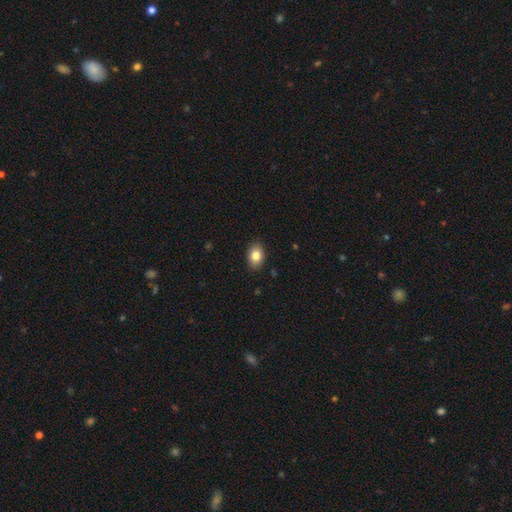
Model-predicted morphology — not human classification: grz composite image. It shows a smooth galaxy with no disk features (83%) that is in between round and cigar-shaped (80%). Merging: none (88%).